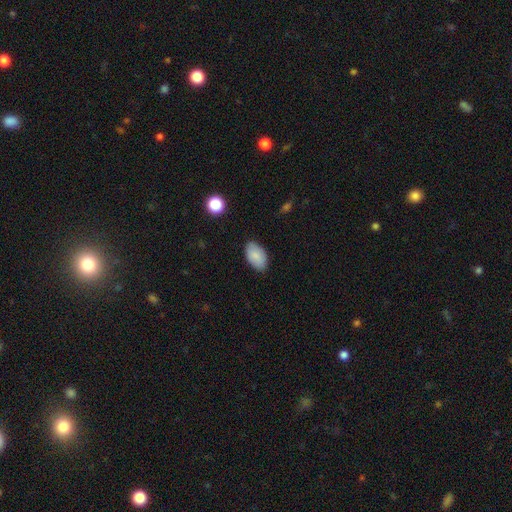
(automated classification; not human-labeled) Smooth or featured: smooth — 85% (featured or disk — 8%)
How rounded: in between — 94% (round — 4%)
Merging: none — 84% (minor disturbance — 13%)